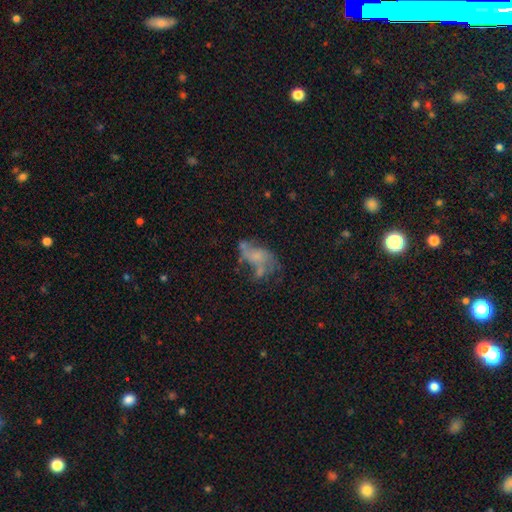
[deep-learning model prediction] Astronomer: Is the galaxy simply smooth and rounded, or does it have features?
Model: featured or disk — 54% (runner-up: smooth, 32%).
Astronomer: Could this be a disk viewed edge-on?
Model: no — 96%.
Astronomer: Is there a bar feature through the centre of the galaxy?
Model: no — 80%.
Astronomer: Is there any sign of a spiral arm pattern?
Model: no — 61% (runner-up: yes, 39%).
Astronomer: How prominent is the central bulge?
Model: none — 42% (runner-up: small, 36%).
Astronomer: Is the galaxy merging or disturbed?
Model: none — 33% (runner-up: major disturbance, 31%).